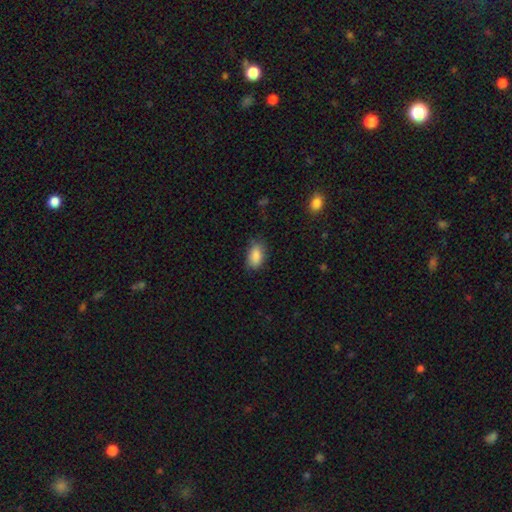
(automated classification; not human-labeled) Smooth or featured? Predicted: smooth (p=0.88). How rounded? Predicted: in between (p=0.91). Merging? Predicted: none (p=0.75).